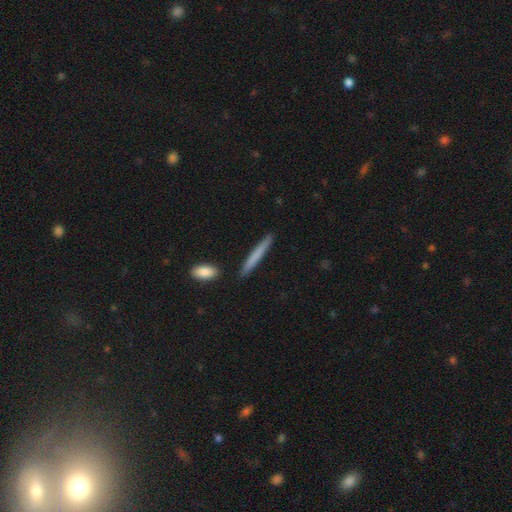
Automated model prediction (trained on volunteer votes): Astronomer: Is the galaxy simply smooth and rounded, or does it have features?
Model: smooth — 71%.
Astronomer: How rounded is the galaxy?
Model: cigar-shaped — 96%.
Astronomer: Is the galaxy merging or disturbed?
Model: none — 89%.